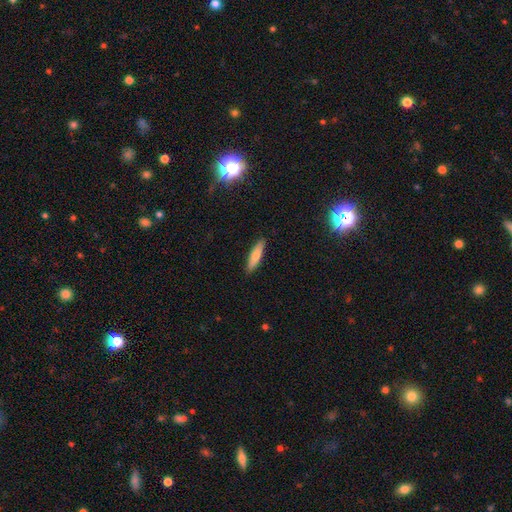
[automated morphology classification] The model was most divided on "smooth or featured": smooth: 68%, featured or disk: 26%, star or artifact: 6%. More confident: merging — none (89%); how rounded — cigar-shaped (79%).